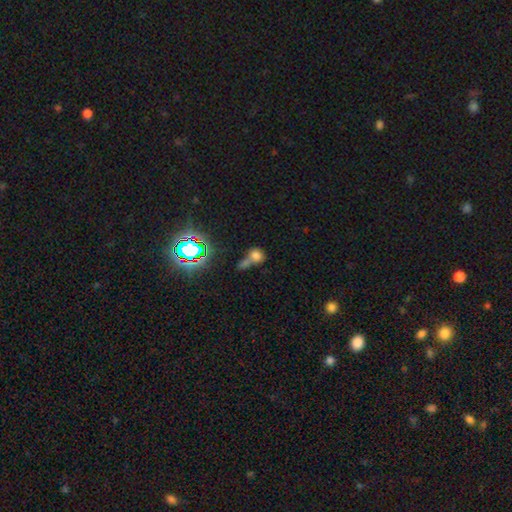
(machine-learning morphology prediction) smooth-or-featured: smooth: 65% | star or artifact: 21% | featured or disk: 13%
  how-rounded: round: 63% | in between: 33% | cigar-shaped: 4%
  merging: merger: 54% | none: 26% | minor disturbance: 10% | major disturbance: 10%